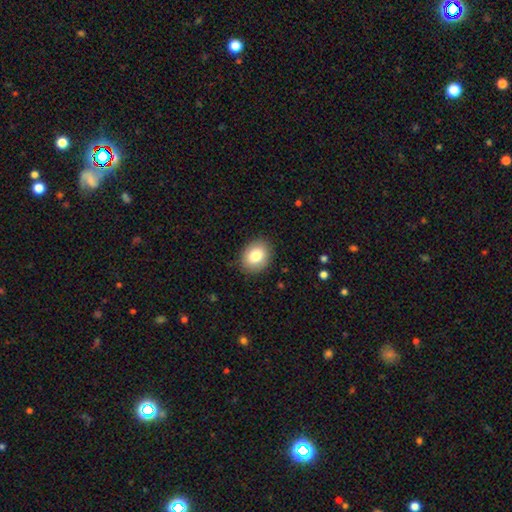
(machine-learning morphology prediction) Smooth or featured? smooth (82%)
How rounded? in between (52%)
Merging? none (88%)